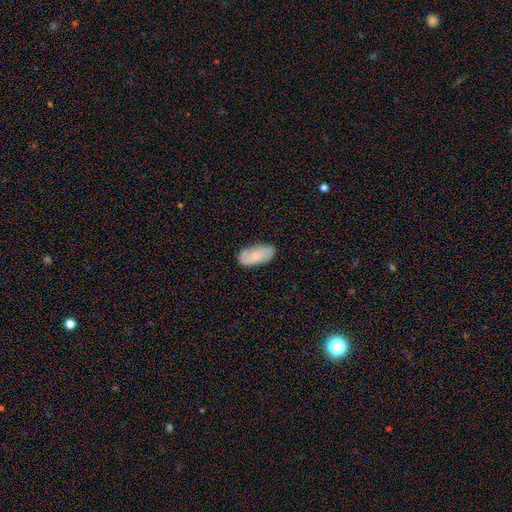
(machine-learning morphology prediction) type=smooth (74%); roundness=in between (92%); merging=none (75%).